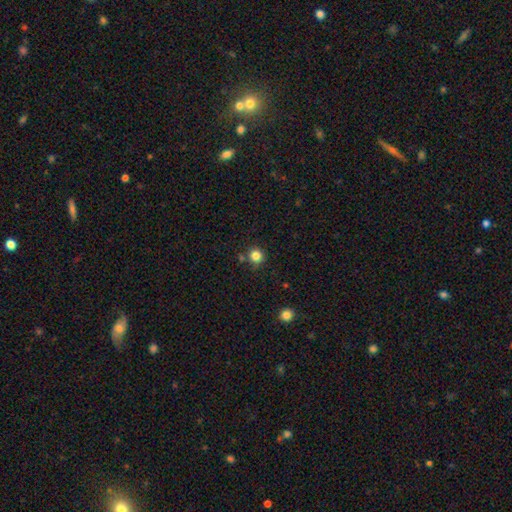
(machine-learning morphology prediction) This is clearly a smooth galaxy (82%). How rounded: clearly round (92%). Merging: likely none (77%).